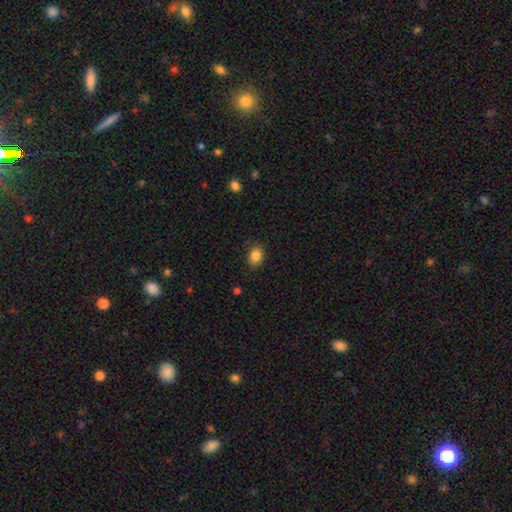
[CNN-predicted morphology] This appears to be a smooth galaxy with no disk features (86%) that is in between round and cigar-shaped (53%). Merging: none (86%).